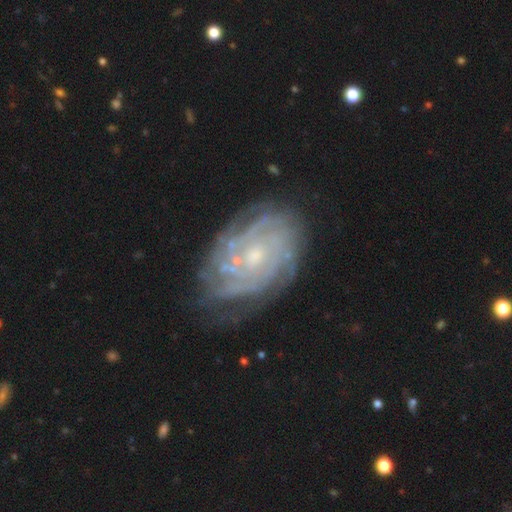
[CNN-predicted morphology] Smooth or featured? featured or disk (85%)
Edge-on disk? no (97%)
Bar? no (71%)
Spiral arms? yes (94%)
Spiral winding? tight (75%)
Spiral arm count? can't tell (46%)
Bulge size? small (61%)
Merging? none (72%)